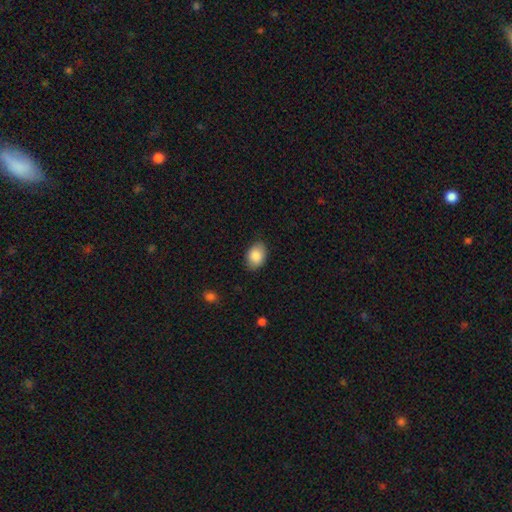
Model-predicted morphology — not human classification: Smooth or featured? smooth (87%)
How rounded? in between (73%)
Merging? none (80%)